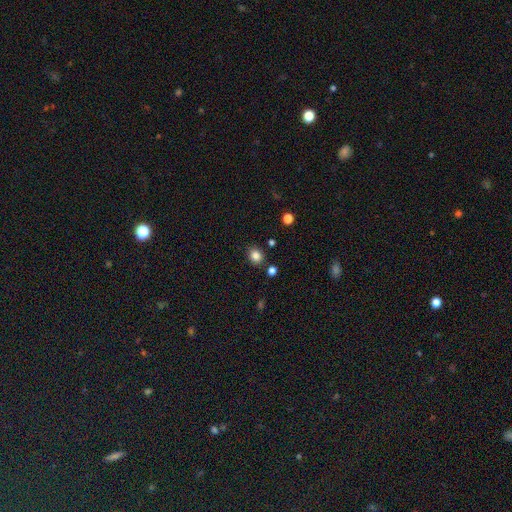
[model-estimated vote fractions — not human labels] A smooth galaxy with no disk features (83%) that is round (60%).

Vote fractions:
- Smooth or featured? smooth: 83% / star or artifact: 12% / featured or disk: 5%
- How rounded? round: 60% / in between: 39% / cigar-shaped: 1%
- Merging? none: 84% / minor disturbance: 9% / merger: 4% / major disturbance: 3%